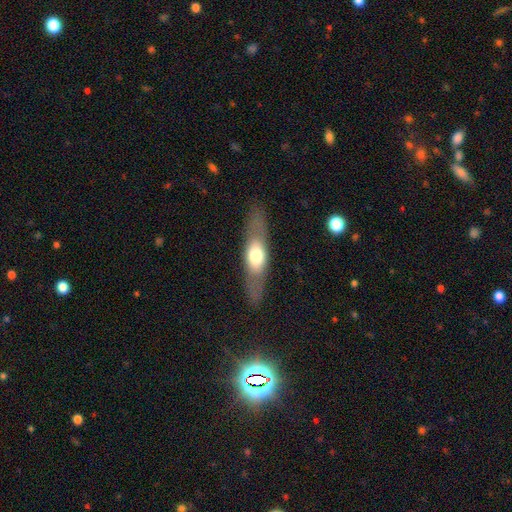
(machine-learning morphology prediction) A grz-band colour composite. It shows a smooth galaxy with no disk features (49%). Merging: none (83%).